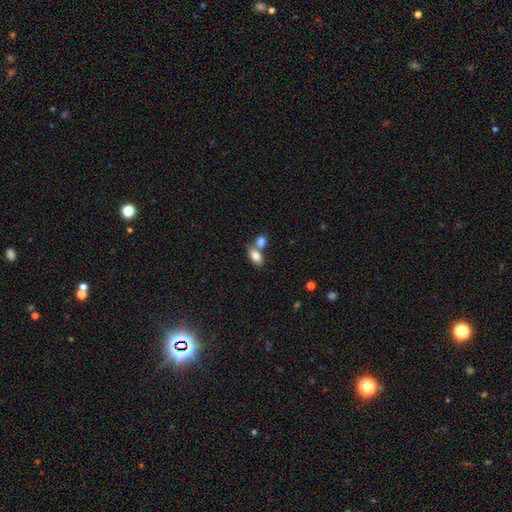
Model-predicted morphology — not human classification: The model was most divided on "merging": merger: 47%, none: 40%, minor disturbance: 9%, major disturbance: 3%. More confident: how rounded — in between (89%); smooth or featured — smooth (82%).